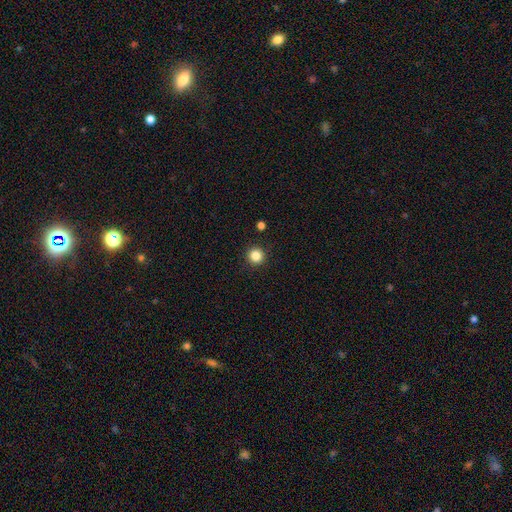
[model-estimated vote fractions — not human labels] smooth 84%, star or artifact 12%, featured or disk 4%. Down the decision tree: how rounded — round (96%); merging — none (92%).